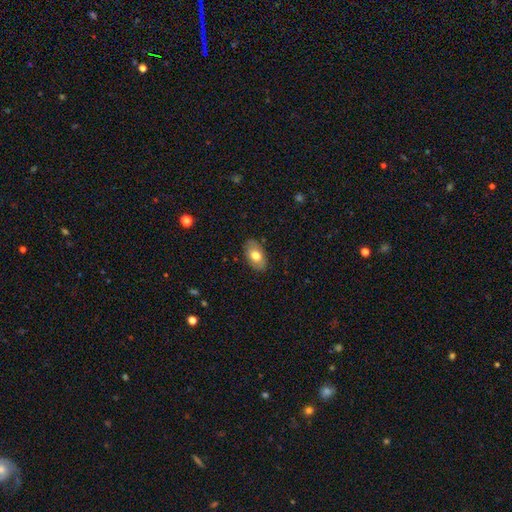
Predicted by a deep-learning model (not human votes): smooth_or_featured: smooth (p=0.72) [alt: featured or disk p=0.21]
how_rounded: in between (p=0.92) [alt: round p=0.06]
merging: none (p=0.85) [alt: minor disturbance p=0.11]